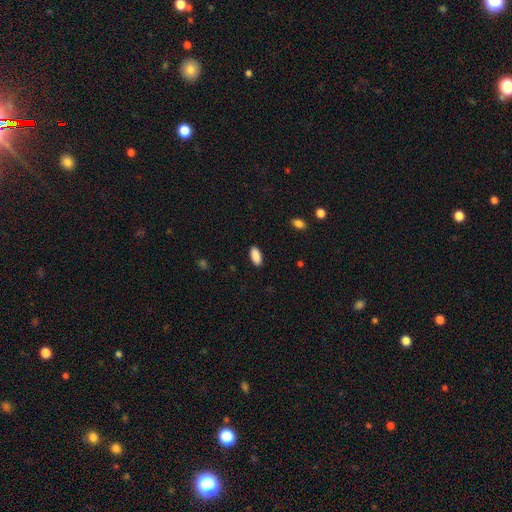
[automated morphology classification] This is clearly a smooth galaxy (90%). How rounded: clearly in between (89%). Merging: clearly none (89%).